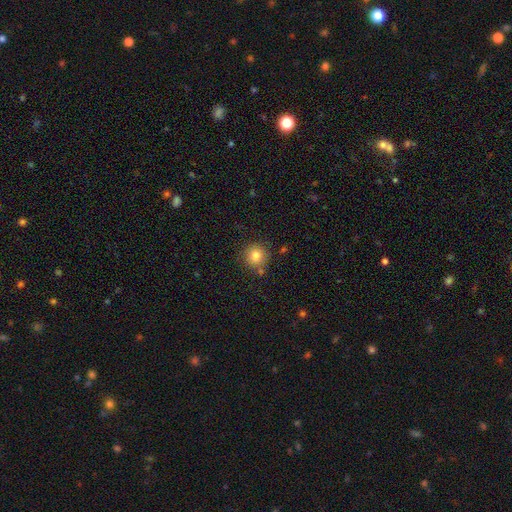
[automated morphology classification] Overall: smooth (81%). How rounded: round (93%). Merging: none (83%).